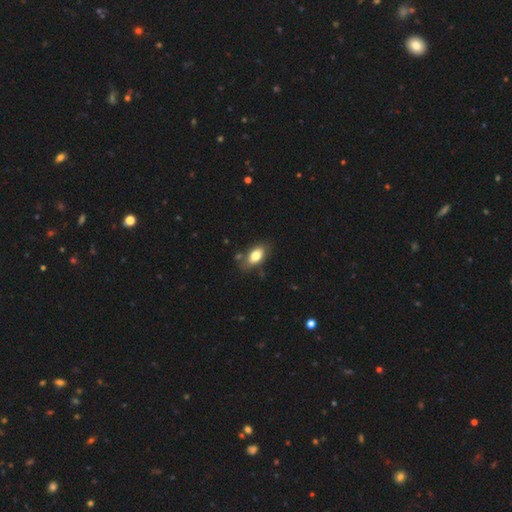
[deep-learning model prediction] Smooth or featured? smooth (79%)
How rounded? in between (90%)
Merging? none (73%)